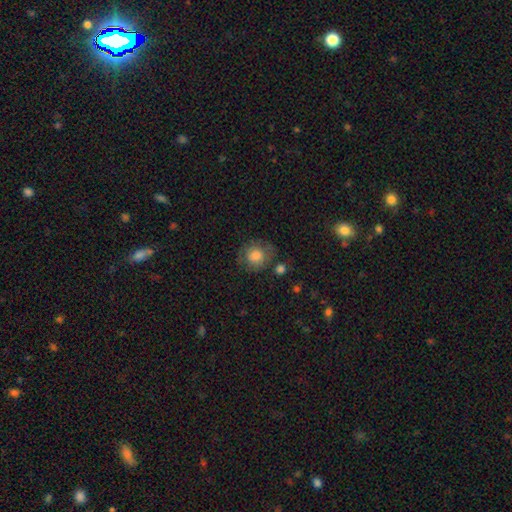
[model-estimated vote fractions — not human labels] smooth_or_featured: smooth (p=0.75) [alt: featured or disk p=0.17]
how_rounded: round (p=0.83) [alt: in between p=0.16]
merging: none (p=0.65) [alt: minor disturbance p=0.21]